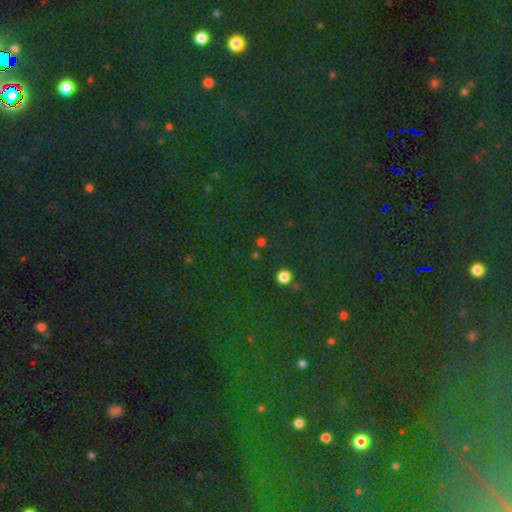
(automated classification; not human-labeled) A star or artifact, not a galaxy (54%).

Vote fractions:
- Smooth or featured? star or artifact: 54% / smooth: 39% / featured or disk: 7%